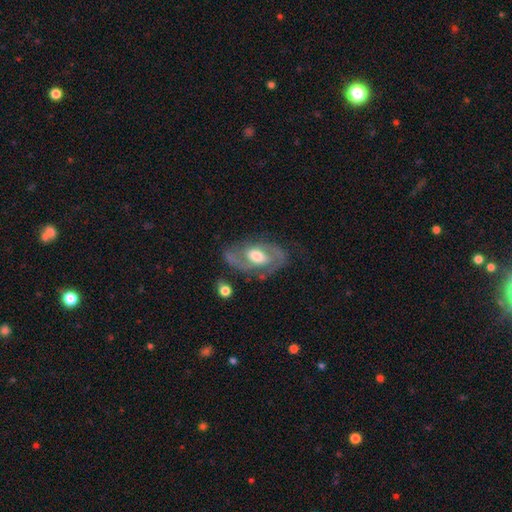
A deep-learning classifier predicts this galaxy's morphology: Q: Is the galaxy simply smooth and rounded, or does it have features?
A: featured or disk — 79%.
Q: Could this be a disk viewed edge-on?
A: no — 95%.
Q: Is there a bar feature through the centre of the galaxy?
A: no — 47%.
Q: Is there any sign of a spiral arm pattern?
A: yes — 85%.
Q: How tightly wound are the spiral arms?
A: medium — 50%.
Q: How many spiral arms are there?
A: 2 — 81%.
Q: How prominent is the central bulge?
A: moderate — 61%.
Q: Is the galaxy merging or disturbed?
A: none — 66%.